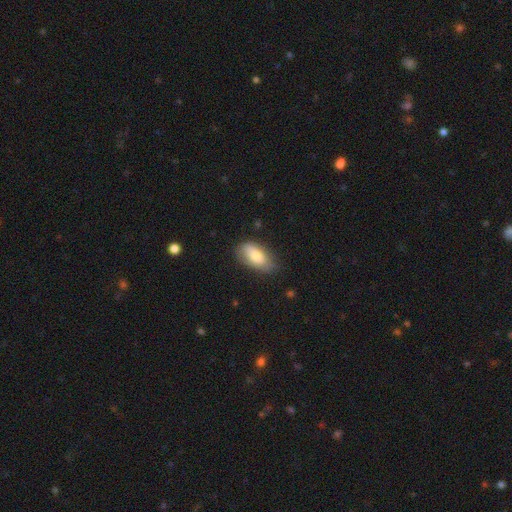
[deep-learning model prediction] Smooth or featured? Predicted: smooth (p=0.74). How rounded? Predicted: in between (p=0.91). Merging? Predicted: none (p=0.70).